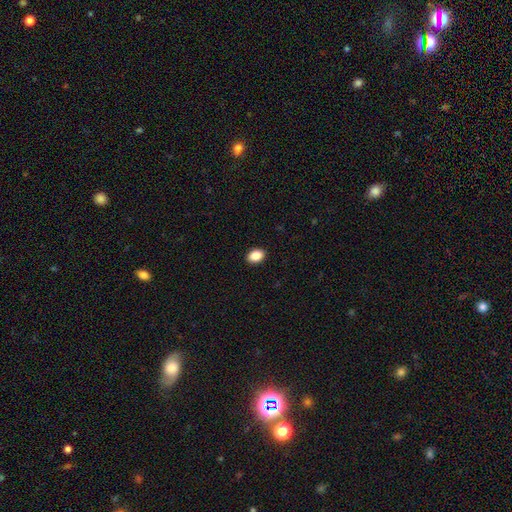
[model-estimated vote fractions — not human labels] This is clearly a smooth galaxy (89%). How rounded: likely in between (78%). Merging: clearly none (91%).